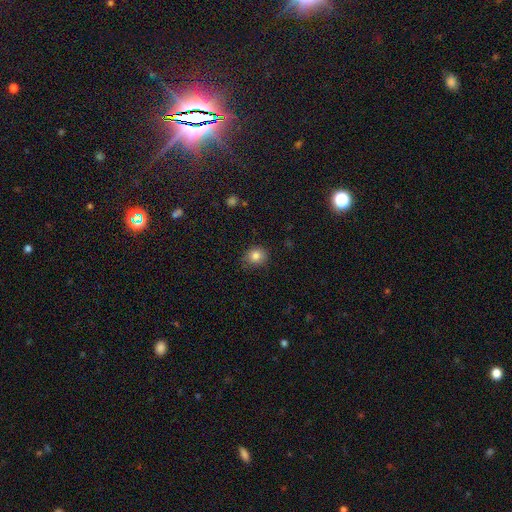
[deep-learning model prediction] This appears to be a smooth galaxy with no disk features (82%) that is round (80%). Merging: none (80%).